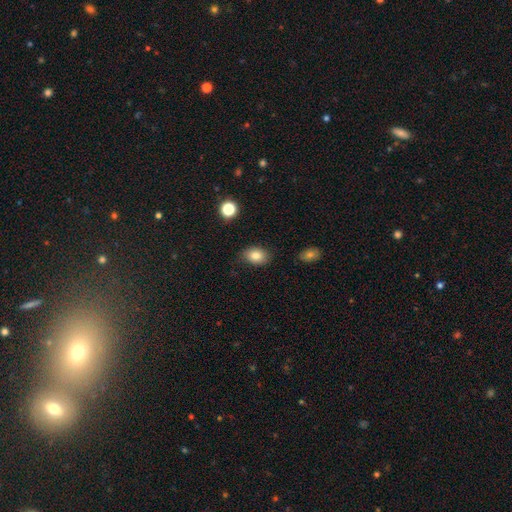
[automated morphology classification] This appears to be a smooth galaxy with no disk features (82%) that is in between round and cigar-shaped (71%). Merging: none (81%).